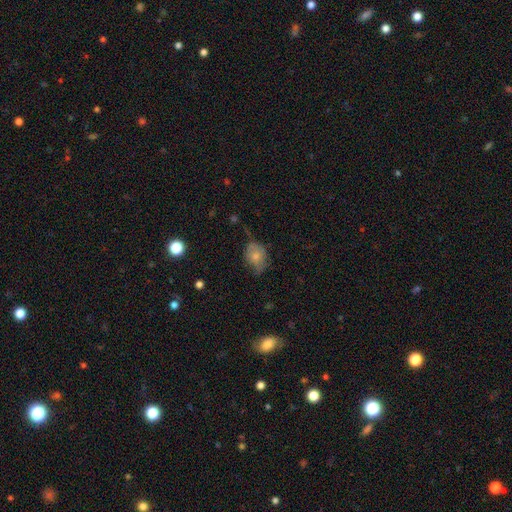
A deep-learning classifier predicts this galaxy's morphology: Overall: smooth (67%). How rounded: in between (61%; round 38%). Merging: none (46%; minor disturbance 38%).